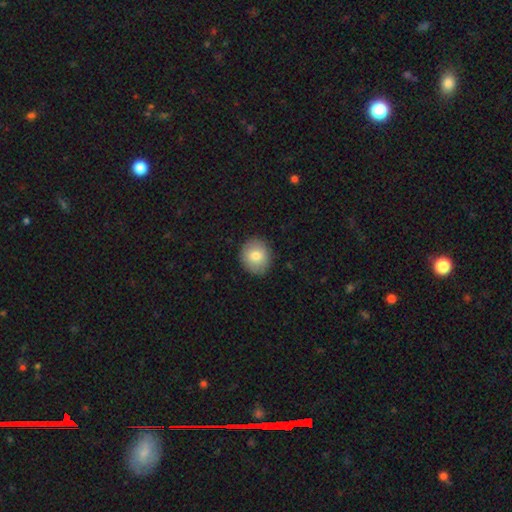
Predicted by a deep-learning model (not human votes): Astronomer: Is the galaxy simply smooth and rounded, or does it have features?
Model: smooth — 80%.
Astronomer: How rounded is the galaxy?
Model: round — 77%.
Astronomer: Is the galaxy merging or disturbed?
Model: none — 88%.